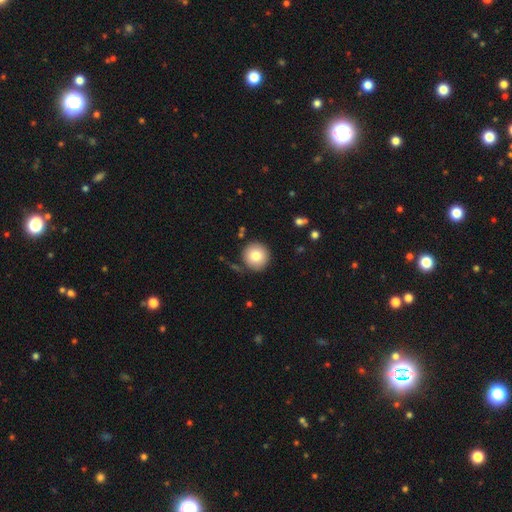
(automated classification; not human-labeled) This appears to be a smooth galaxy with no disk features (81%) that is round (95%). Merging: none (86%).